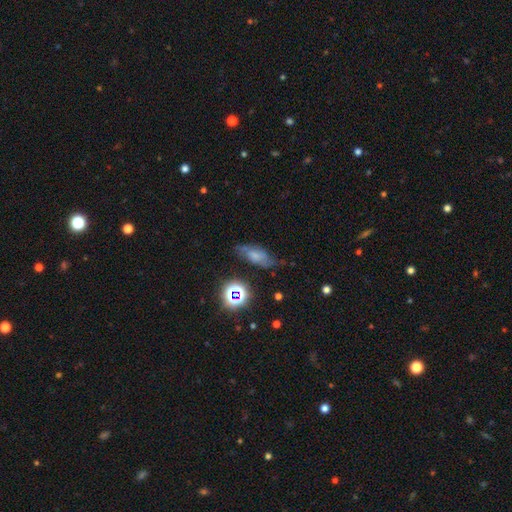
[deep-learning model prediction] This is possibly a smooth galaxy (46%). Merging: possibly none (59%).